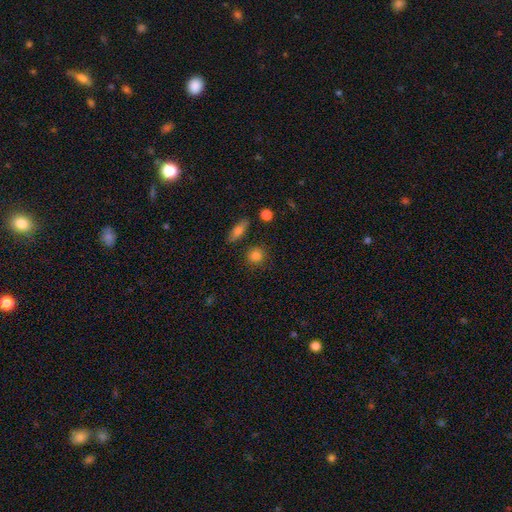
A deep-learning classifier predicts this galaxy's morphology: smooth-or-featured: smooth: 84% | star or artifact: 10% | featured or disk: 6%
  how-rounded: round: 85% | in between: 13% | cigar-shaped: 2%
  merging: none: 85% | minor disturbance: 9% | merger: 4% | major disturbance: 3%